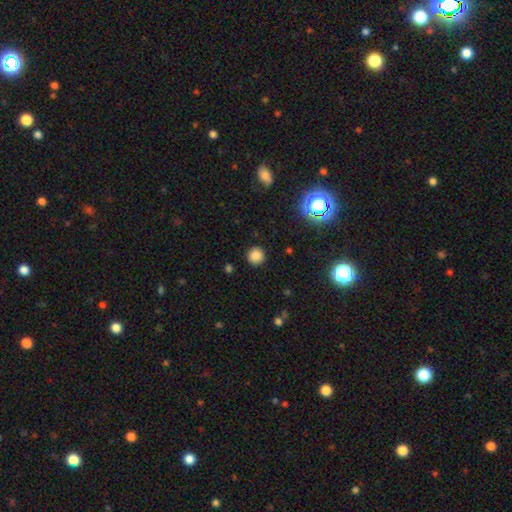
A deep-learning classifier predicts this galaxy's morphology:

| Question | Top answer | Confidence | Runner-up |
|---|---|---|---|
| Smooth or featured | smooth | 81% | star or artifact (14%) |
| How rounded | round | 93% | in between (6%) |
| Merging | none | 90% | minor disturbance (6%) |